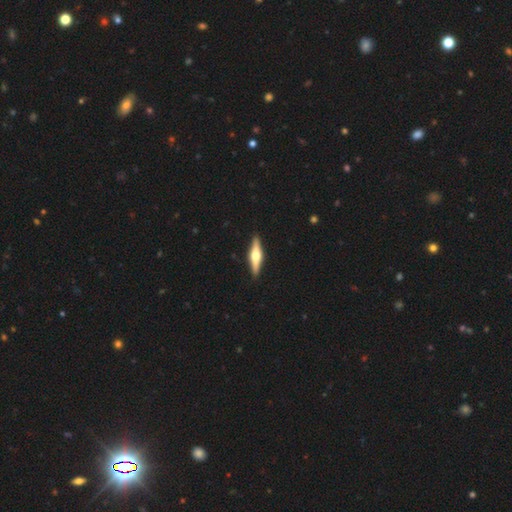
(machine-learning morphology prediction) Smooth or featured: featured or disk — 69% (smooth — 26%)
Edge-on disk: yes — 97% (no — 3%)
Edge-on bulge: rounded — 94% (boxy — 4%)
Merging: none — 92% (minor disturbance — 6%)